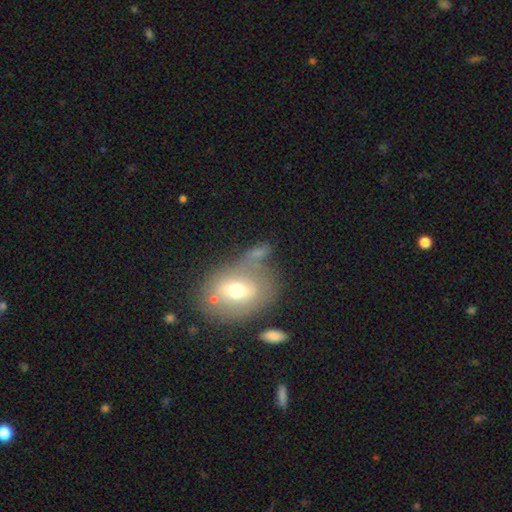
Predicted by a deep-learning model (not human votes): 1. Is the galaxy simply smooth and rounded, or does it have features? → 53% smooth, 36% featured or disk, 11% star or artifact.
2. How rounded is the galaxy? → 69% in between, 28% round, 4% cigar-shaped.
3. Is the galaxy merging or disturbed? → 43% none, 21% merger, 21% minor disturbance, 16% major disturbance.